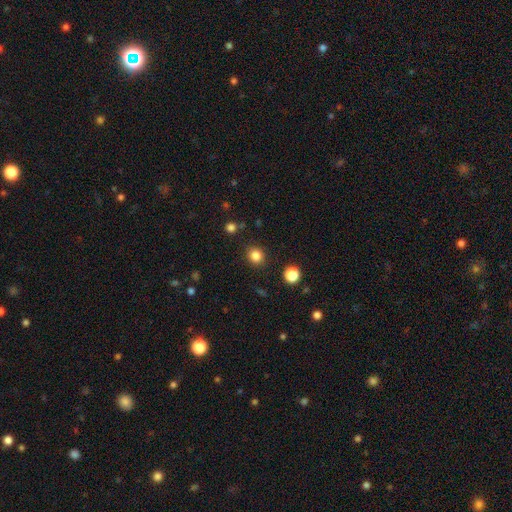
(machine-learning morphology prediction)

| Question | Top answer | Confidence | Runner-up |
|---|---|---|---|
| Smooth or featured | smooth | 84% | star or artifact (12%) |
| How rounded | round | 85% | in between (14%) |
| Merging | none | 89% | minor disturbance (7%) |